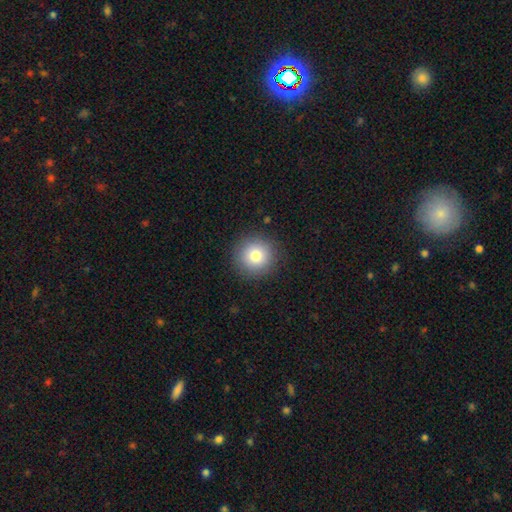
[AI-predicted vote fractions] Smooth or featured: smooth — 81% (star or artifact — 10%)
How rounded: round — 95% (in between — 4%)
Merging: none — 90% (minor disturbance — 7%)